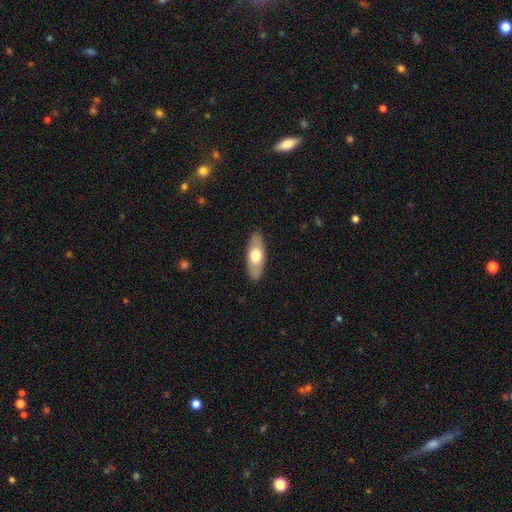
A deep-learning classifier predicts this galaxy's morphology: Smooth or featured? smooth (61%)
How rounded? in between (77%)
Merging? none (88%)